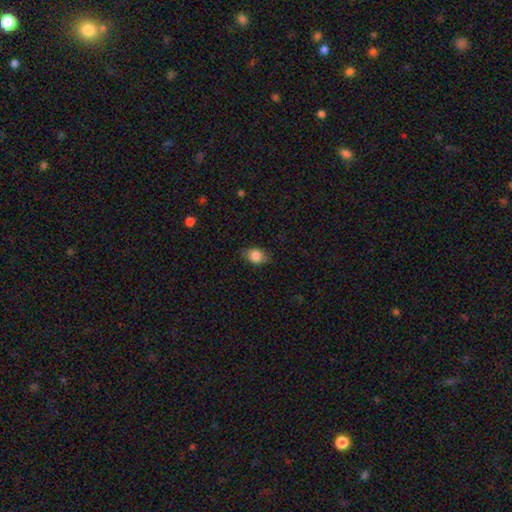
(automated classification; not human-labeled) smooth-or-featured: smooth: 84% | star or artifact: 8% | featured or disk: 7%
  how-rounded: in between: 69% | round: 30% | cigar-shaped: 1%
  merging: none: 80% | minor disturbance: 16% | major disturbance: 3% | merger: 1%